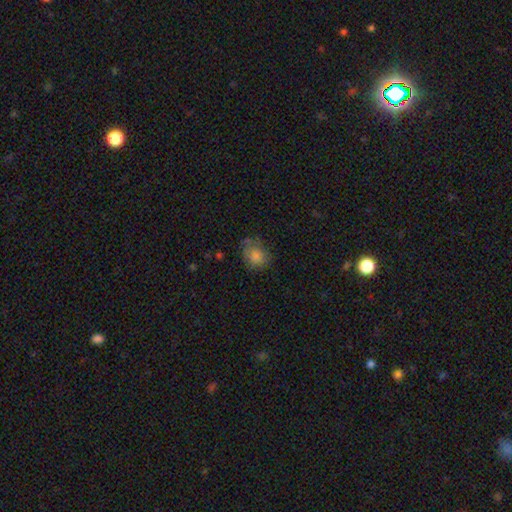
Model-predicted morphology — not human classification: Overall: smooth (77%). How rounded: round (60%; in between 39%). Merging: none (61%; minor disturbance 26%).